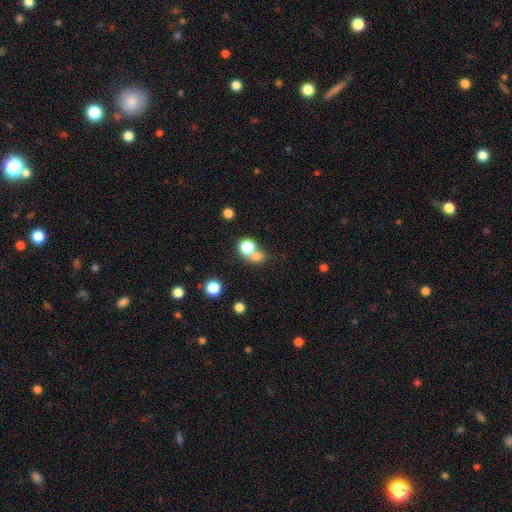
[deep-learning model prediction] Smooth or featured: smooth — 74% (star or artifact — 17%)
How rounded: round — 75% (in between — 23%)
Merging: none — 45% (merger — 43%)